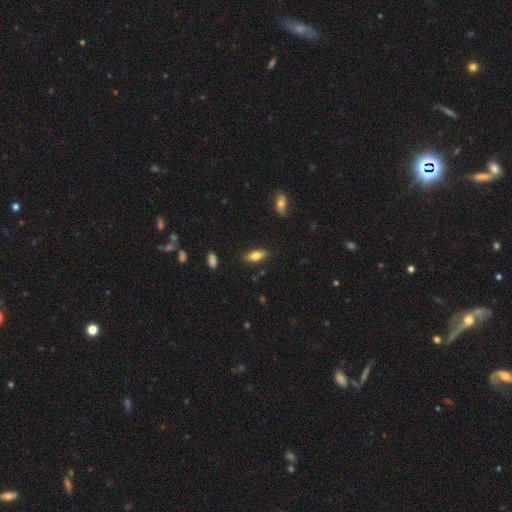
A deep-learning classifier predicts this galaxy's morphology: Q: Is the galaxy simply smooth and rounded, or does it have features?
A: smooth — 70%.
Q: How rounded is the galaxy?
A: in between — 78%.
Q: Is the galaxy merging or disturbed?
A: none — 81%.